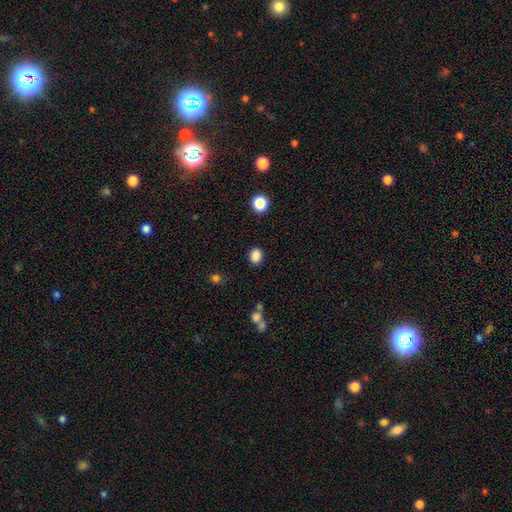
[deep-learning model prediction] Smooth or featured? smooth (86%)
How rounded? round (60%)
Merging? none (88%)